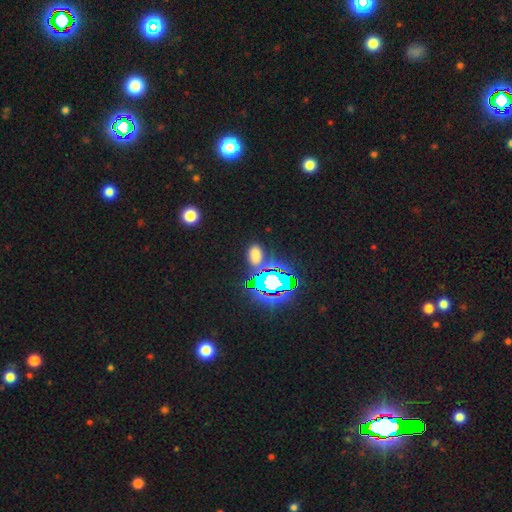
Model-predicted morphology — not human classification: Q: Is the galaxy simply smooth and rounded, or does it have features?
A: smooth — 54%.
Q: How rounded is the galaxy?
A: in between — 80%.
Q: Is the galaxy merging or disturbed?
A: none — 77%.